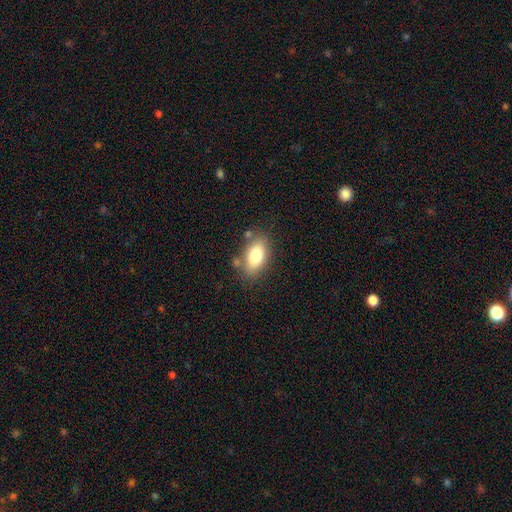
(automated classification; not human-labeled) A smooth galaxy with no disk features (78%) that is in between round and cigar-shaped (89%).

Vote fractions:
- Smooth or featured? smooth: 78% / featured or disk: 14% / star or artifact: 8%
- How rounded? in between: 89% / round: 7% / cigar-shaped: 4%
- Merging? none: 77% / minor disturbance: 14% / merger: 6% / major disturbance: 4%